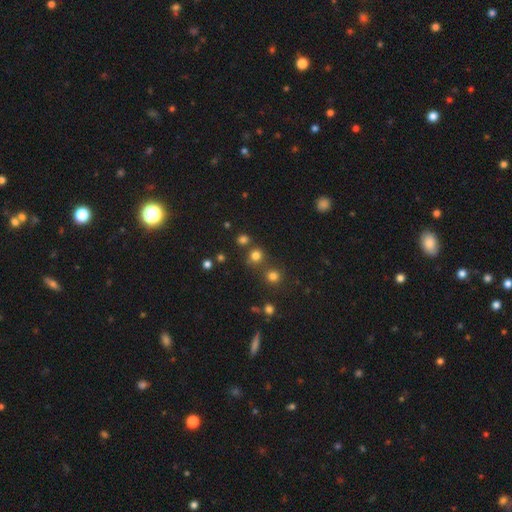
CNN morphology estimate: Q: Smooth or featured?
A: smooth (74%); runner-up: star or artifact (21%)
Q: How rounded?
A: round (84%); runner-up: in between (15%)
Q: Merging?
A: none (73%); runner-up: merger (16%)